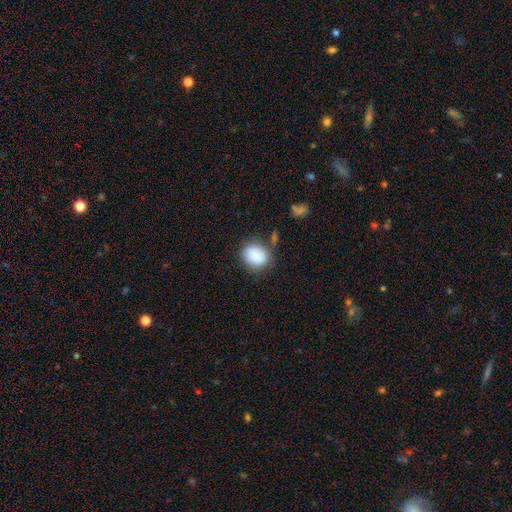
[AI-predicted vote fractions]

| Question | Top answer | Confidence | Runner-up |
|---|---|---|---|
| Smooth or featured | smooth | 87% | star or artifact (8%) |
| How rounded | round | 52% | in between (47%) |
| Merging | none | 70% | minor disturbance (18%) |